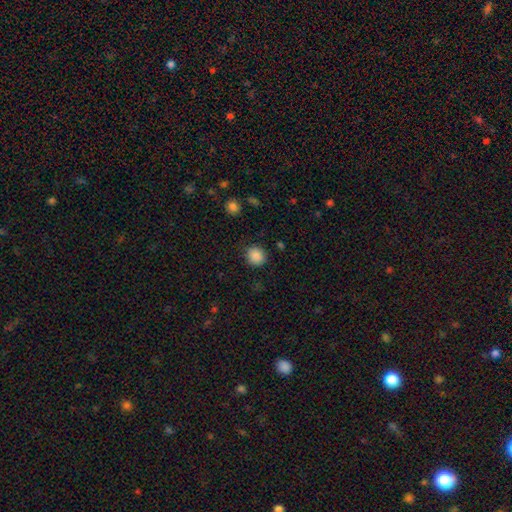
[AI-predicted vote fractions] This appears to be a smooth galaxy with no disk features (87%) that is round (85%). Merging: none (87%).